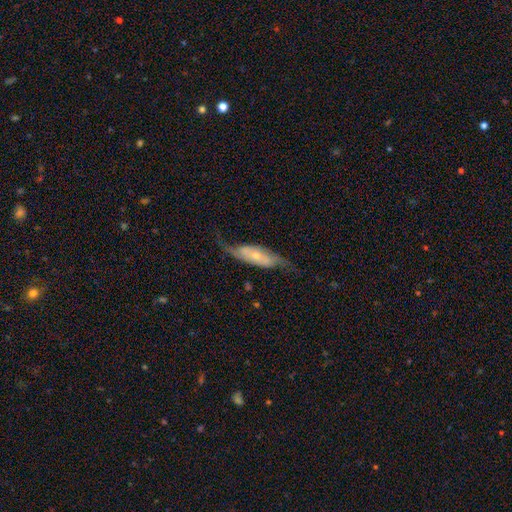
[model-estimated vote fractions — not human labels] A featured or disk galaxy (74%) with no bar (63%), 2 (85%) loose (53%) spiral arms (89%) and a small central bulge (61%).

Vote fractions:
- Smooth or featured? featured or disk: 74% / smooth: 21% / star or artifact: 6%
- Edge-on disk? no: 82% / yes: 18%
- Bar? no: 63% / weak: 24% / strong: 13%
- Spiral arms? yes: 89% / no: 11%
- Spiral winding? loose: 53% / medium: 33% / tight: 14%
- Spiral arm count? 2: 85% / can't tell: 8% / 1: 3% / 3: 1% / 4: 1% / more than 4: 1%
- Bulge size? small: 61% / moderate: 32% / none: 3% / large: 3% / dominant: 1%
- Merging? none: 63% / minor disturbance: 21% / major disturbance: 14% / merger: 2%